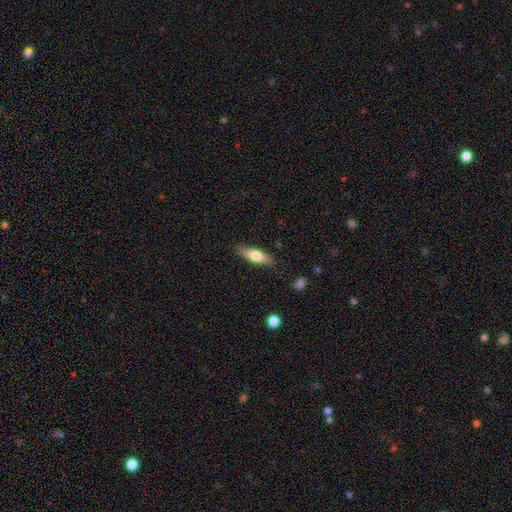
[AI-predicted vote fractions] Smooth or featured?
  - smooth: 69% *
  - featured or disk: 25%
  - star or artifact: 6%
How rounded?
  - in between: 52% *
  - cigar-shaped: 45%
  - round: 2%
Merging?
  - none: 83% *
  - minor disturbance: 13%
  - major disturbance: 3%
  - merger: 1%